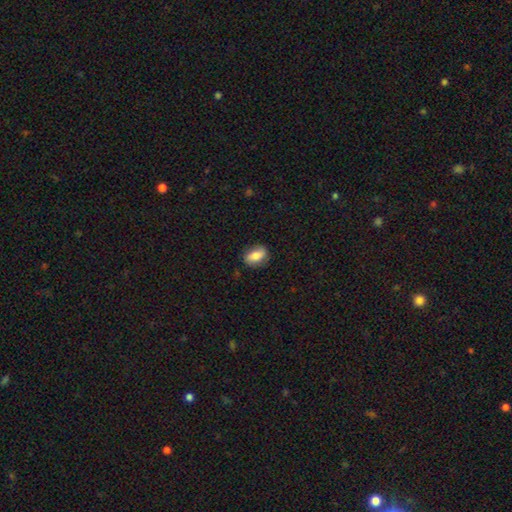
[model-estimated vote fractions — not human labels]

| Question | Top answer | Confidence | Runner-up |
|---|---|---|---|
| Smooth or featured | smooth | 77% | featured or disk (15%) |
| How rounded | in between | 82% | round (15%) |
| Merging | none | 81% | minor disturbance (14%) |